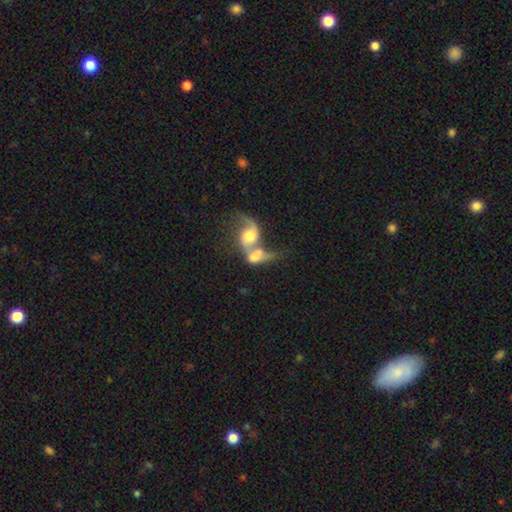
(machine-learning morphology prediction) featured or disk 60%, smooth 32%, star or artifact 8%. Down the decision tree: edge-on disk — no (93%); bar — no (63%); spiral arms — yes (74%); bulge size — moderate (45%); merging — merger (78%).